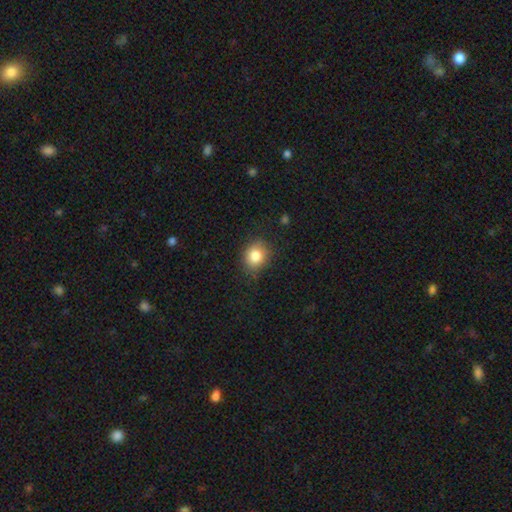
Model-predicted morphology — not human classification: type=smooth (83%); roundness=round (62%); merging=none (82%).